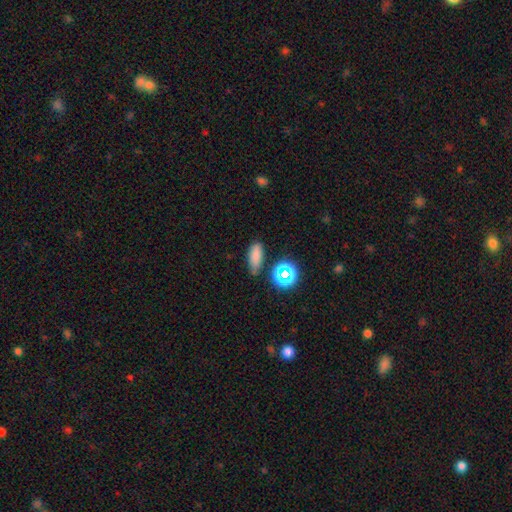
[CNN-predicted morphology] The model was most divided on "merging": none: 68%, minor disturbance: 21%, major disturbance: 5%, merger: 5%. More confident: how rounded — in between (78%); smooth or featured — smooth (75%).